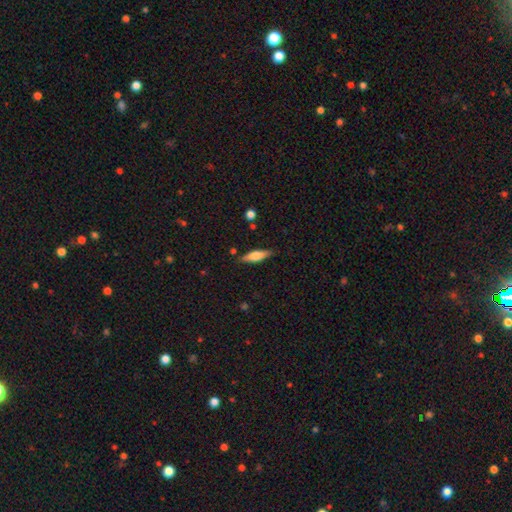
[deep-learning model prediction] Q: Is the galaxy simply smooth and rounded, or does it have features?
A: smooth — 64%.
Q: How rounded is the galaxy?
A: cigar-shaped — 51%.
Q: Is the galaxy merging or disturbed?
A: none — 82%.